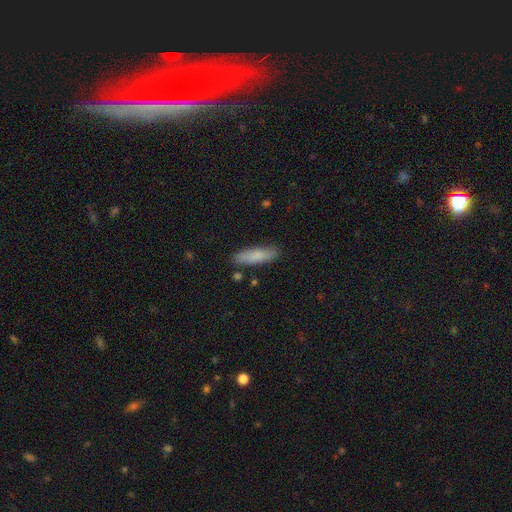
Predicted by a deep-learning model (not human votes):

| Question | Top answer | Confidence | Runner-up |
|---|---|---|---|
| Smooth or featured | smooth | 82% | featured or disk (12%) |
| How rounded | cigar-shaped | 63% | in between (36%) |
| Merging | none | 84% | minor disturbance (11%) |